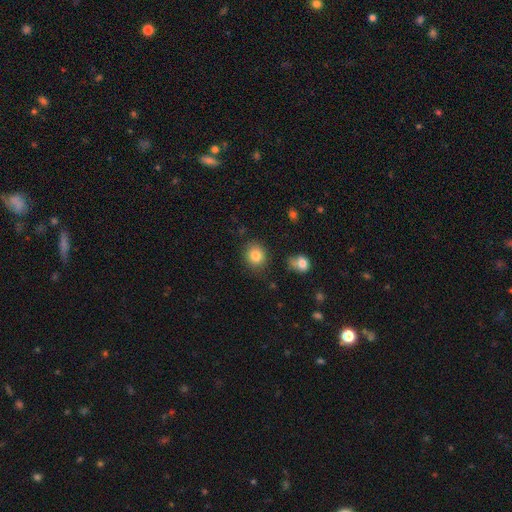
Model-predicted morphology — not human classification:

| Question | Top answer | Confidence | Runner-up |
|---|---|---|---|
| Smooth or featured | smooth | 83% | star or artifact (10%) |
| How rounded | round | 77% | in between (22%) |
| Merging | none | 83% | minor disturbance (11%) |